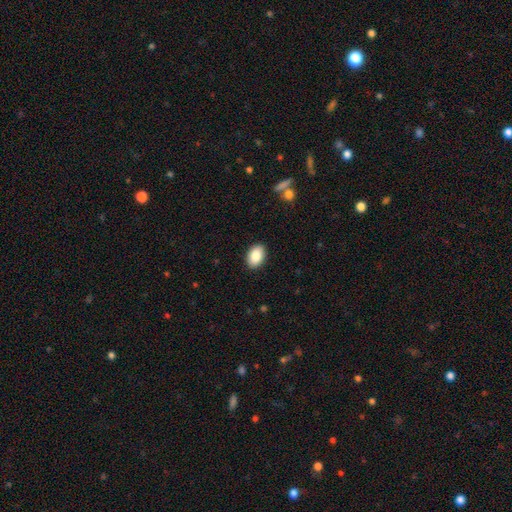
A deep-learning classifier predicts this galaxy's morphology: smooth-or-featured: smooth: 86% | featured or disk: 7% | star or artifact: 7%
  how-rounded: in between: 89% | round: 10% | cigar-shaped: 1%
  merging: none: 90% | minor disturbance: 7% | major disturbance: 2% | merger: 1%